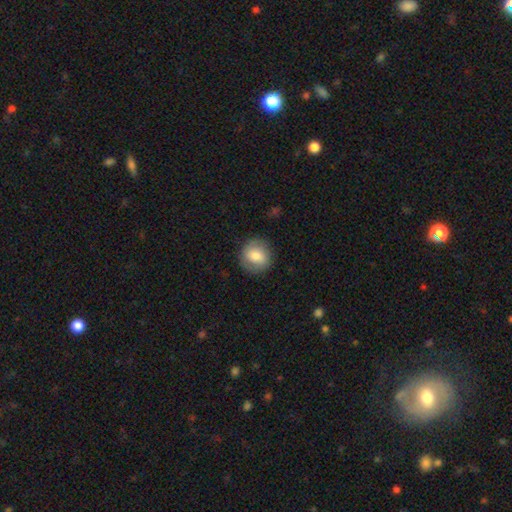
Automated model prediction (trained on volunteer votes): Smooth or featured?
  - smooth: 76% *
  - featured or disk: 17%
  - star or artifact: 8%
How rounded?
  - round: 87% *
  - in between: 12%
  - cigar-shaped: 1%
Merging?
  - none: 86% *
  - minor disturbance: 10%
  - major disturbance: 3%
  - merger: 1%